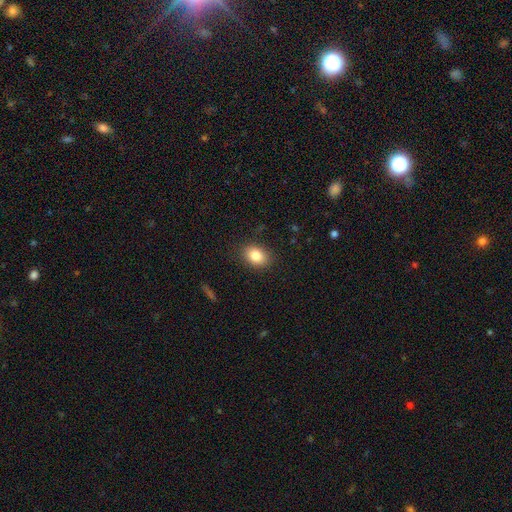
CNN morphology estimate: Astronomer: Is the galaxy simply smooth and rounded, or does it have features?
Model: smooth — 84%.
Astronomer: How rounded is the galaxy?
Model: in between — 73%.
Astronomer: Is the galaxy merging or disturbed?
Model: none — 86%.